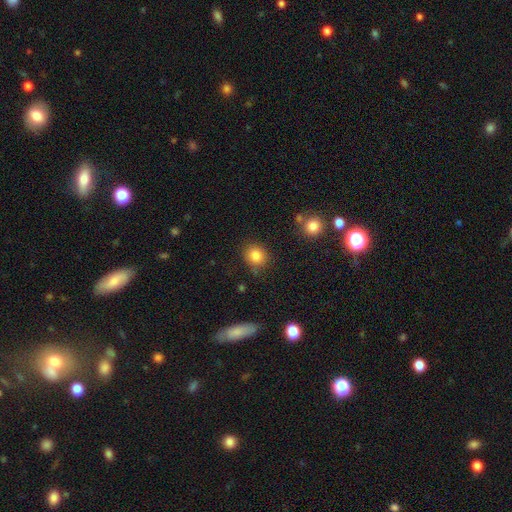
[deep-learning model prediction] Overall: smooth (84%). How rounded: round (79%). Merging: none (82%).